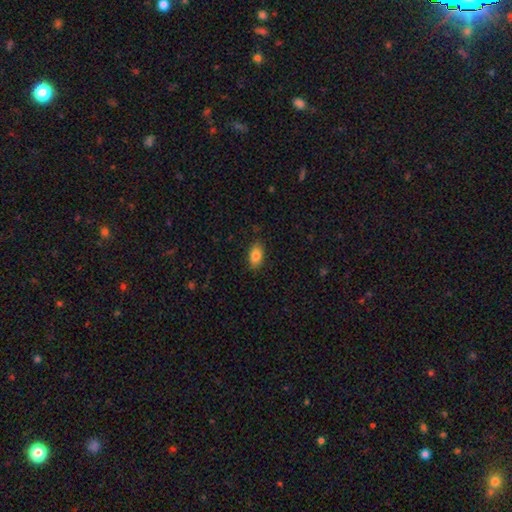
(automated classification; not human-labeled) smooth 83%, featured or disk 9%, star or artifact 8%. Down the decision tree: how rounded — in between (90%); merging — none (86%).